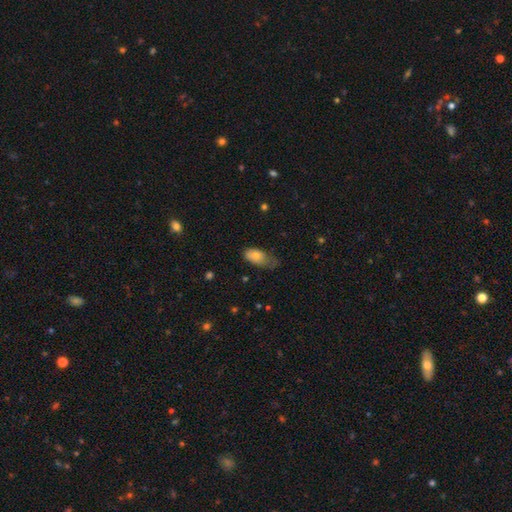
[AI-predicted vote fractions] This is likely a smooth galaxy (75%). How rounded: clearly in between (91%). Merging: marginally minor disturbance (41%).